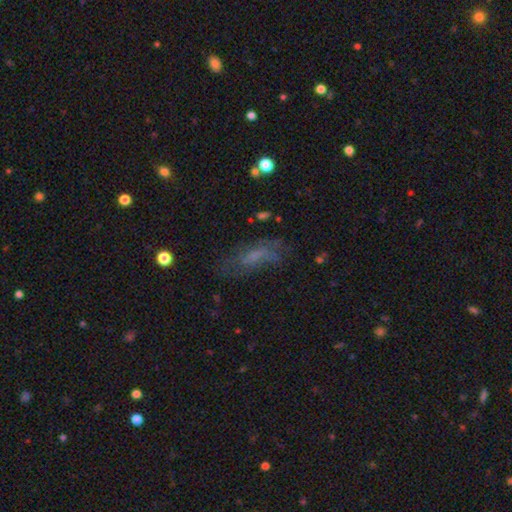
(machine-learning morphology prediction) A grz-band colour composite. It shows a smooth galaxy with no disk features (42%). Merging: none (57%).